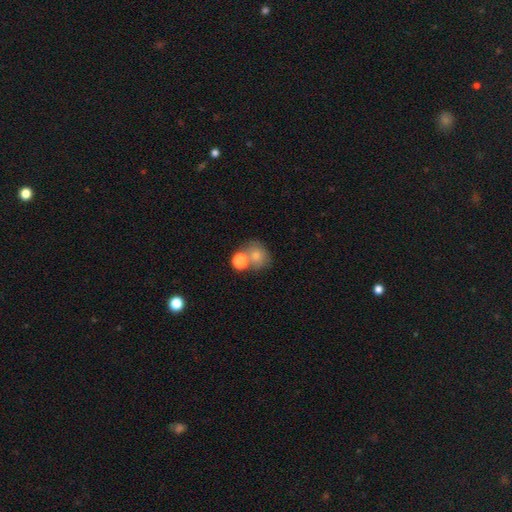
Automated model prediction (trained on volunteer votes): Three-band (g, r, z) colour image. It shows a smooth galaxy with no disk features (75%) that is round (72%). Merging: none (47%).